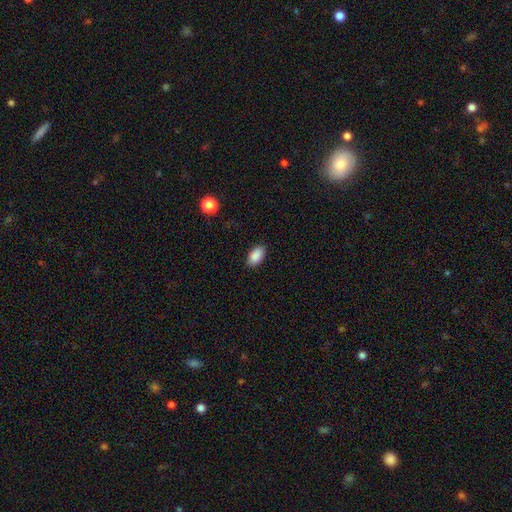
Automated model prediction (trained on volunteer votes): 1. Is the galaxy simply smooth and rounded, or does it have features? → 89% smooth, 7% star or artifact, 3% featured or disk.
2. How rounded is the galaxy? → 93% in between, 5% round, 2% cigar-shaped.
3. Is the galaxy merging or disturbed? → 88% none, 9% minor disturbance, 2% major disturbance, 1% merger.